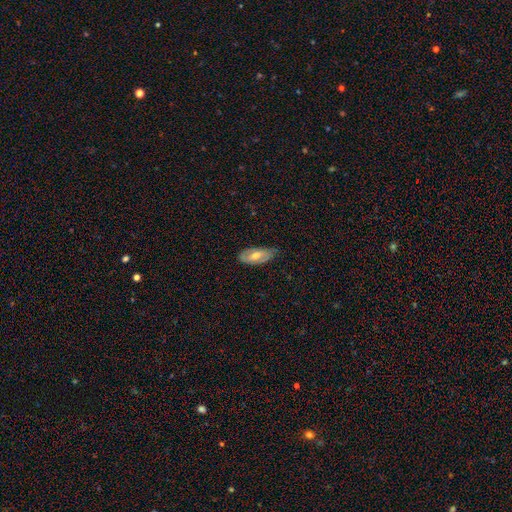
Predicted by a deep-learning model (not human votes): A featured or disk galaxy (49%).

Vote fractions:
- Smooth or featured? featured or disk: 49% / smooth: 44% / star or artifact: 7%
- Merging? none: 73% / minor disturbance: 22% / major disturbance: 4% / merger: 1%